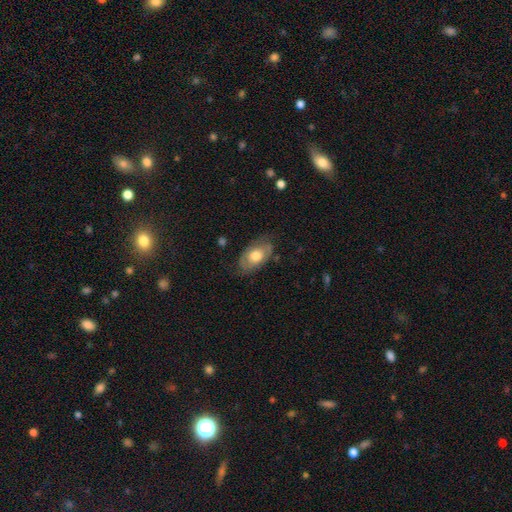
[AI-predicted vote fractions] Q: Smooth or featured?
A: smooth (51%); runner-up: featured or disk (42%)
Q: How rounded?
A: in between (91%); runner-up: round (7%)
Q: Merging?
A: none (71%); runner-up: minor disturbance (21%)